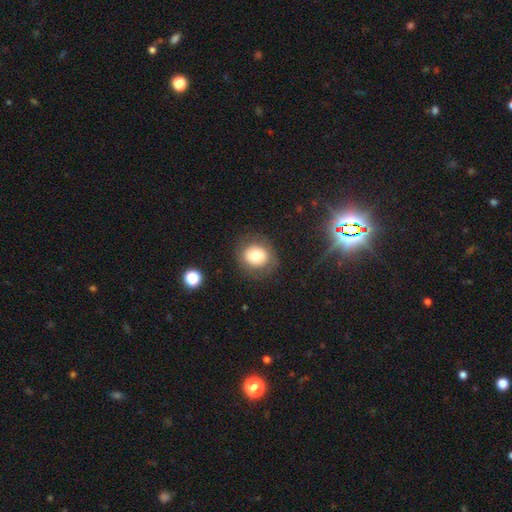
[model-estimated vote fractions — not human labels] Smooth or featured? smooth (73%)
How rounded? round (81%)
Merging? none (82%)